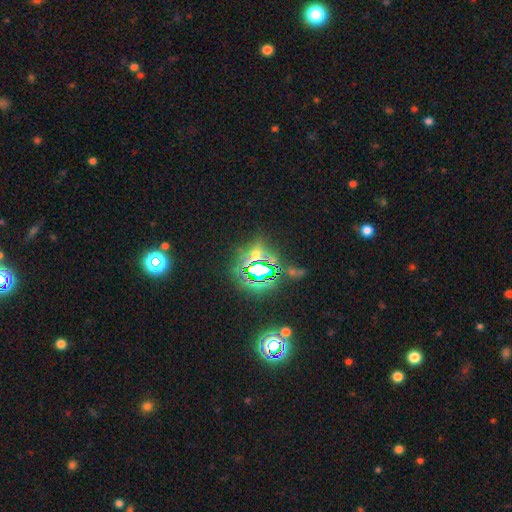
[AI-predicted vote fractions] Morphology: type=star or artifact (72%).